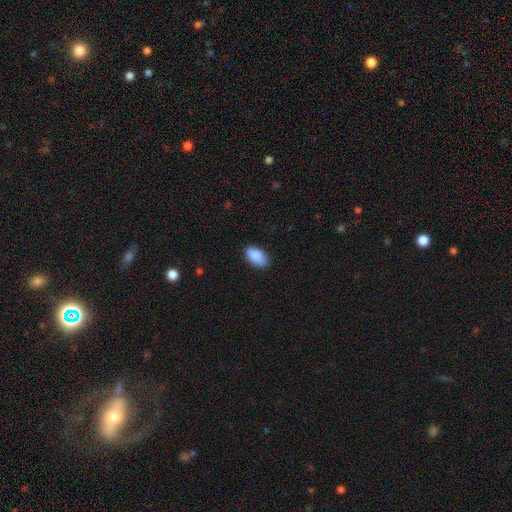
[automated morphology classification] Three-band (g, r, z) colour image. It shows a smooth galaxy with no disk features (88%) that is in between round and cigar-shaped (93%). Merging: none (83%).